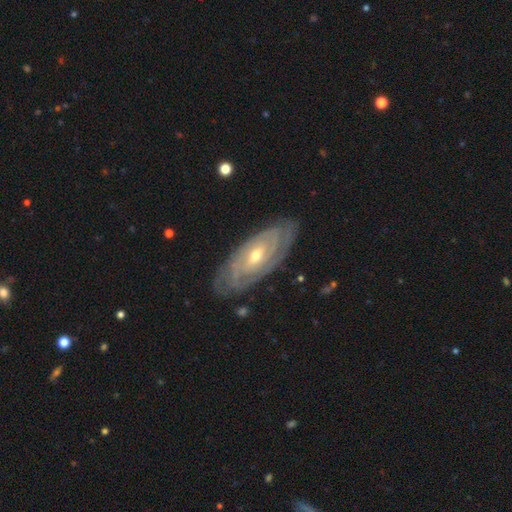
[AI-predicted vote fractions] A featured or disk galaxy (85%) with no bar (59%), tight (81%) spiral arms (92%) and a small central bulge (53%). Merging: none (82%).